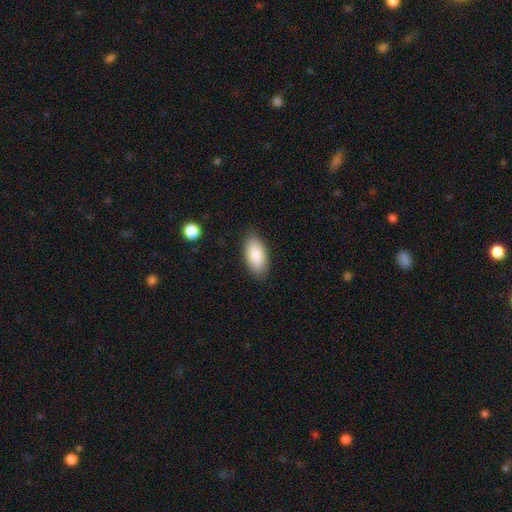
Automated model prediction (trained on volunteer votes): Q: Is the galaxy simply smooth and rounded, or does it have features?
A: smooth — 87%.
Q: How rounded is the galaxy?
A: in between — 93%.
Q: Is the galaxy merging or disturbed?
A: none — 85%.